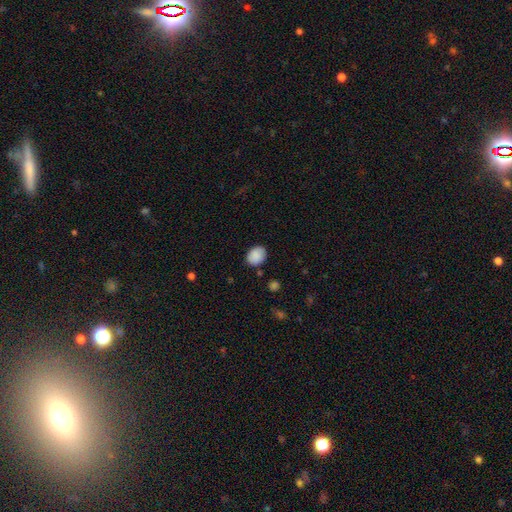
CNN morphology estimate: Overall: smooth (89%). How rounded: in between (56%; round 43%). Merging: none (82%).